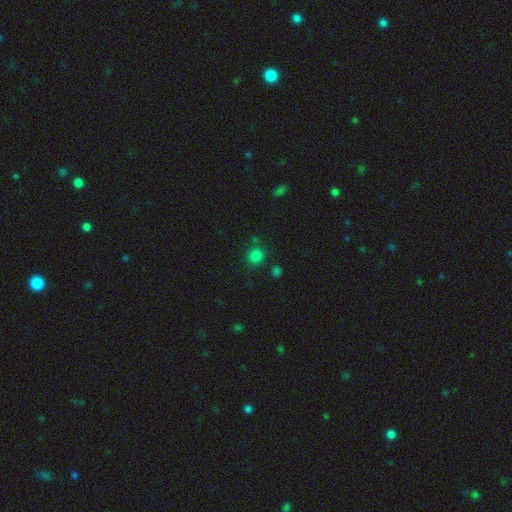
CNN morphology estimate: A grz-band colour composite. It shows a smooth galaxy with no disk features (80%) that is round (88%). Merging: none (80%).